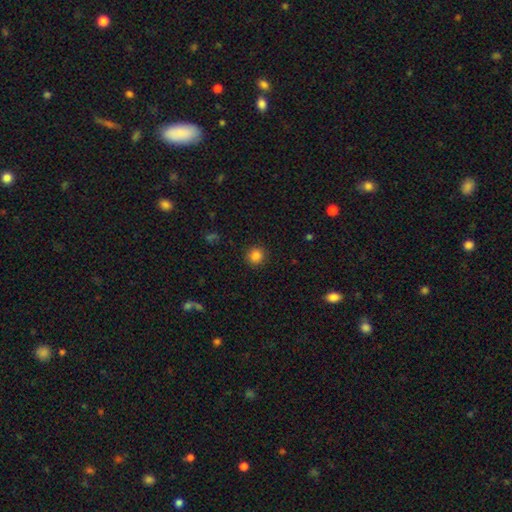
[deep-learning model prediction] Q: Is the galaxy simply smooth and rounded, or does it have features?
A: smooth — 84%.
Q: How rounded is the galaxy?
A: round — 92%.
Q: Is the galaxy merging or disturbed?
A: none — 91%.